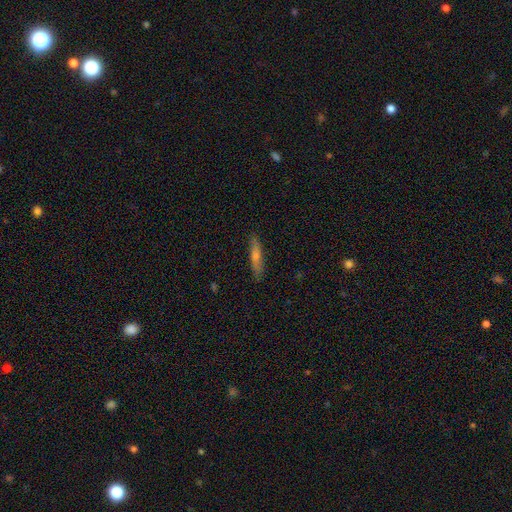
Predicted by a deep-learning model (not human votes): Smooth or featured: smooth — 52% (featured or disk — 40%)
How rounded: cigar-shaped — 89% (in between — 9%)
Merging: none — 88% (minor disturbance — 9%)